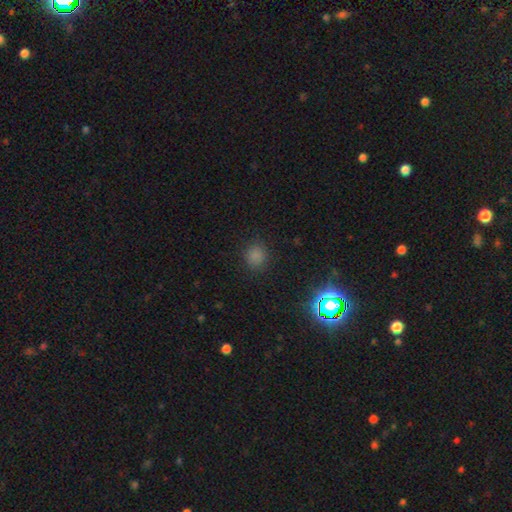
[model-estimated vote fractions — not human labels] Smooth or featured: smooth — 80% (star or artifact — 16%)
How rounded: round — 85% (in between — 14%)
Merging: none — 87% (minor disturbance — 8%)